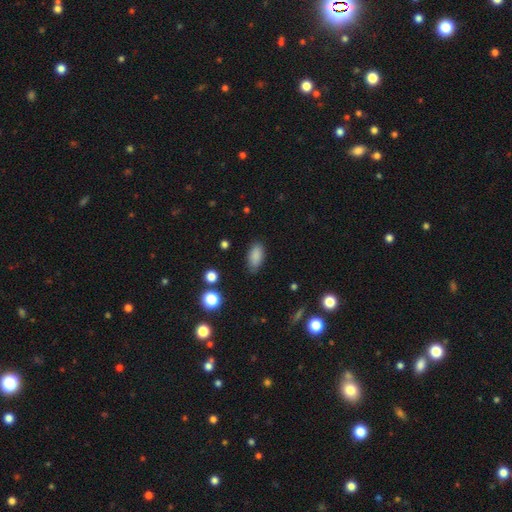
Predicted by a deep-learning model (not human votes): smooth_or_featured: smooth (p=0.86) [alt: star or artifact p=0.09]
how_rounded: in between (p=0.89) [alt: cigar-shaped p=0.07]
merging: none (p=0.81) [alt: minor disturbance p=0.14]